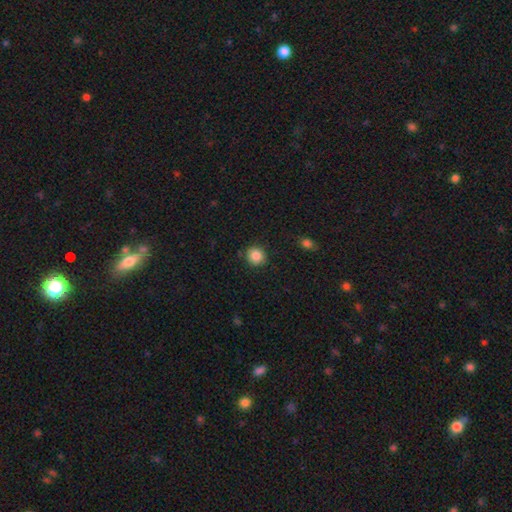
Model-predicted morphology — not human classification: Smooth or featured? Predicted: smooth (p=0.87). How rounded? Predicted: round (p=0.91). Merging? Predicted: none (p=0.88).